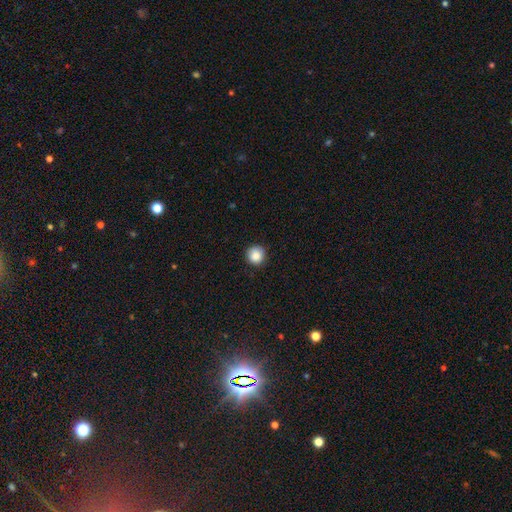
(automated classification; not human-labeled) Smooth or featured? smooth (87%)
How rounded? round (94%)
Merging? none (88%)